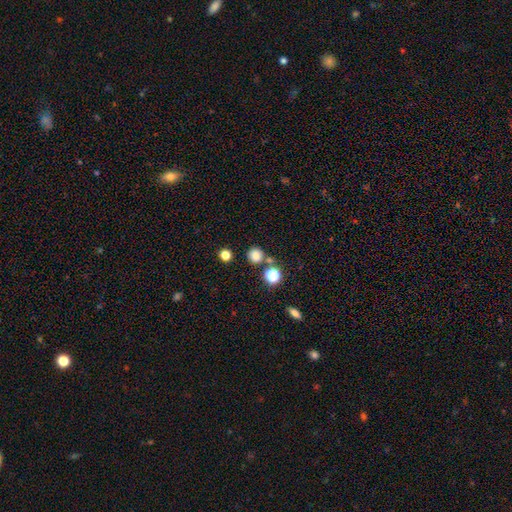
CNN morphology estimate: smooth 80%, star or artifact 15%, featured or disk 5%. Down the decision tree: how rounded — round (91%); merging — none (75%).